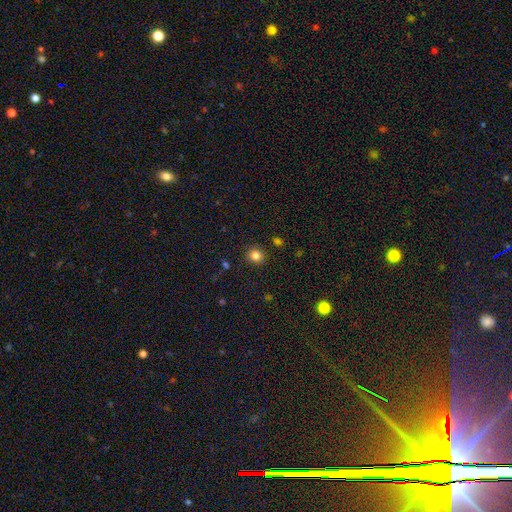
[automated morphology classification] smooth 83%, star or artifact 12%, featured or disk 5%. Down the decision tree: how rounded — round (85%); merging — none (87%).